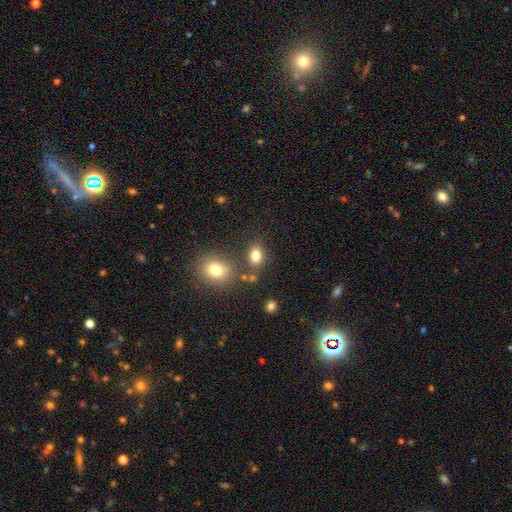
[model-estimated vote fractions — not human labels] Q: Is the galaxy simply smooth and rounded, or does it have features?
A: smooth — 80%.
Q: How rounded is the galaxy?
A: in between — 70%.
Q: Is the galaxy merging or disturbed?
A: none — 72%.